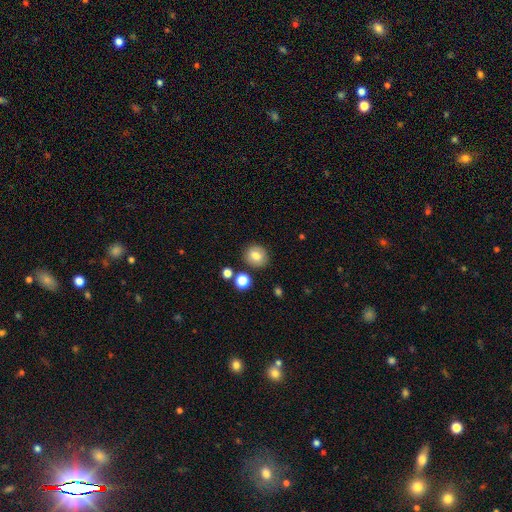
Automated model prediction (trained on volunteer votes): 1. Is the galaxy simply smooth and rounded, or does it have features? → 79% smooth, 11% star or artifact, 10% featured or disk.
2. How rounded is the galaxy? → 82% round, 17% in between, 1% cigar-shaped.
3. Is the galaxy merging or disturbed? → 84% none, 9% minor disturbance, 4% merger, 3% major disturbance.